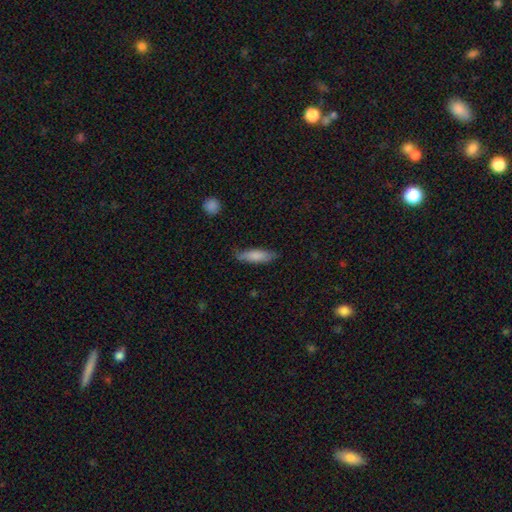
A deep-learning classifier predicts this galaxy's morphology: This is clearly a smooth galaxy (81%). How rounded: possibly cigar-shaped (57%). Merging: likely none (78%).